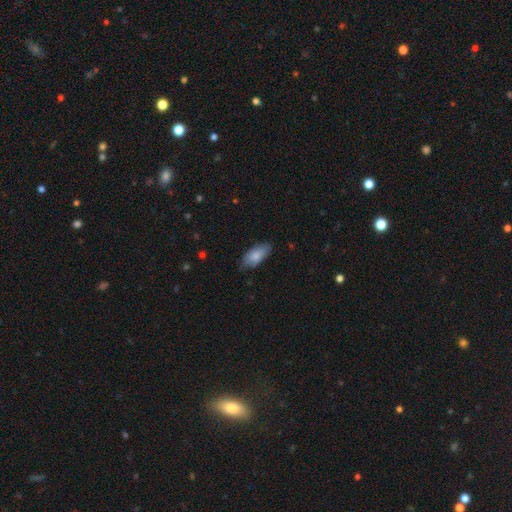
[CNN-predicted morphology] Smooth or featured? Predicted: smooth (p=0.80). How rounded? Predicted: in between (p=0.87). Merging? Predicted: none (p=0.73).